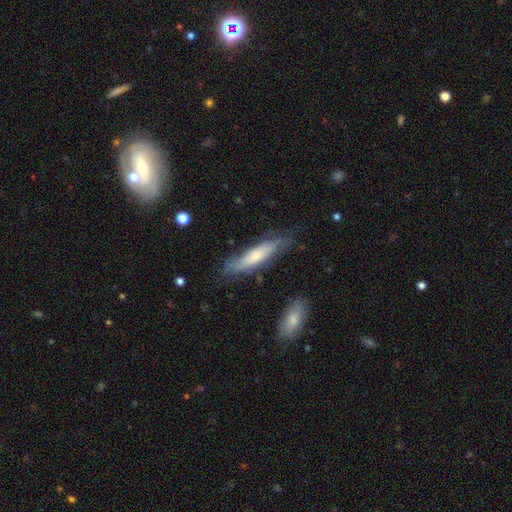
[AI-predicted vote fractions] Smooth or featured? Predicted: smooth (p=0.52). How rounded? Predicted: cigar-shaped (p=0.73). Merging? Predicted: none (p=0.69).